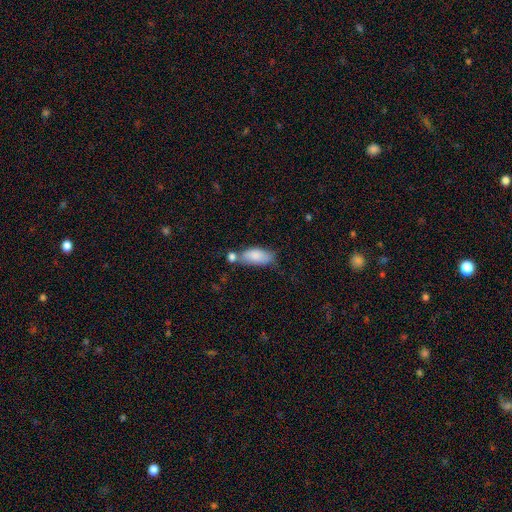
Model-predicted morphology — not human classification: Overall: smooth (81%). How rounded: in between (87%). Merging: none (39%; merger 33%).